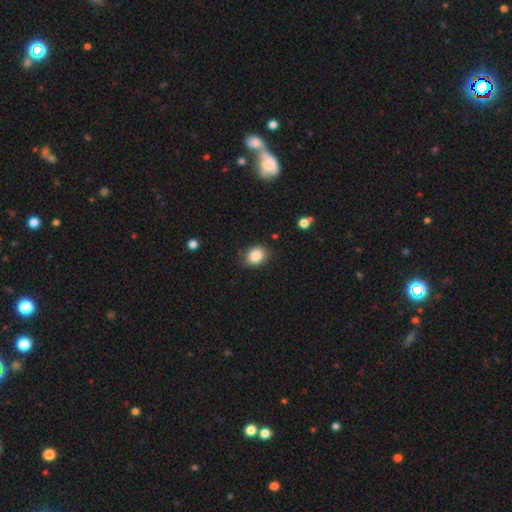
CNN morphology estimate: Smooth or featured? Predicted: smooth (p=0.87). How rounded? Predicted: in between (p=0.51). Merging? Predicted: none (p=0.84).